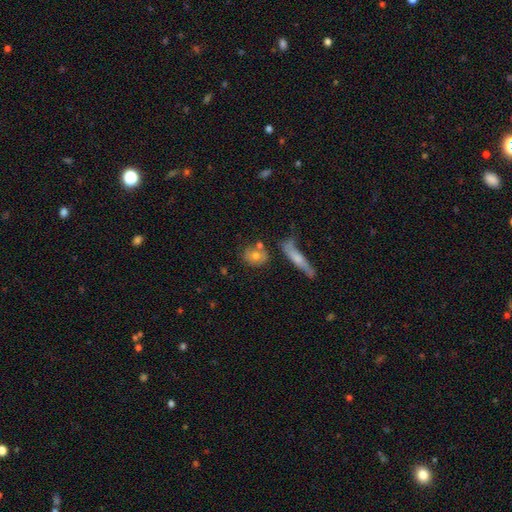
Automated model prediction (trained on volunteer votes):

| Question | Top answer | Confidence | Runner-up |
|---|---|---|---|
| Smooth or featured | smooth | 64% | featured or disk (27%) |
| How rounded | round | 55% | in between (38%) |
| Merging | none | 61% | merger (17%) |